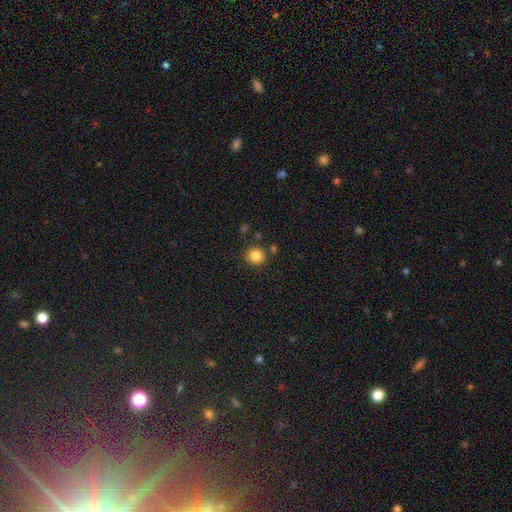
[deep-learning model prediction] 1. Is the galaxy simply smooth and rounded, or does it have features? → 85% smooth, 11% star or artifact, 4% featured or disk.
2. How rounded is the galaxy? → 91% round, 9% in between, 1% cigar-shaped.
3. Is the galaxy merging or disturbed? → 84% none, 8% minor disturbance, 5% merger, 3% major disturbance.